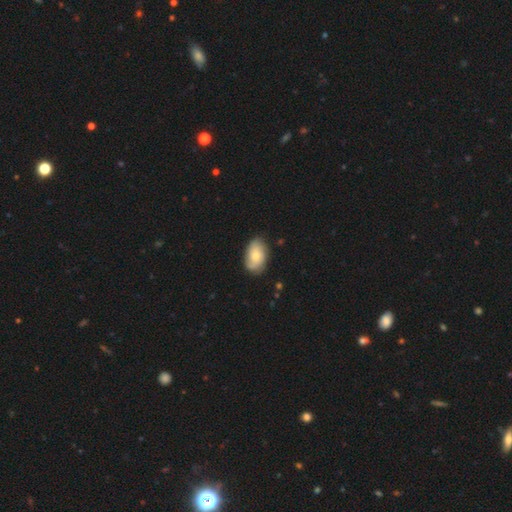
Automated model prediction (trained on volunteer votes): This is possibly a smooth galaxy (53%). How rounded: clearly in between (88%). Merging: likely none (75%).